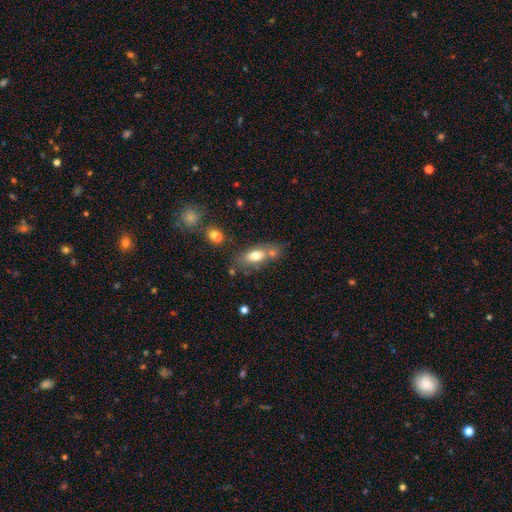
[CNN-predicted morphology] This is likely a smooth galaxy (72%). How rounded: likely in between (78%). Merging: possibly none (52%).